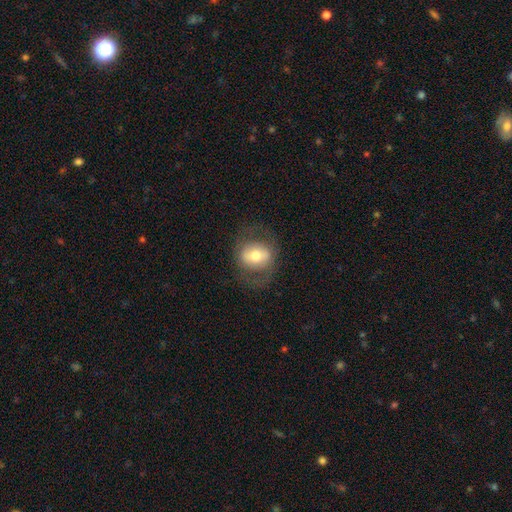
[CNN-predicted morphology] Overall: smooth (51%; featured or disk 41%). How rounded: round (58%; in between 41%). Merging: none (72%).